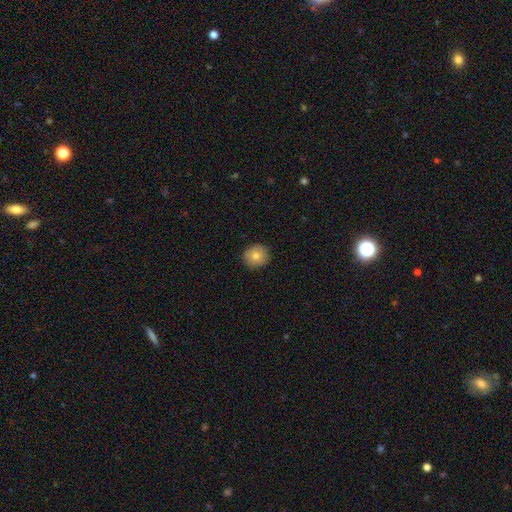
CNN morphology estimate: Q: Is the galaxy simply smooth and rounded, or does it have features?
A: smooth — 78%.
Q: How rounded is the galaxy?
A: round — 90%.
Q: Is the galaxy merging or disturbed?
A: none — 90%.